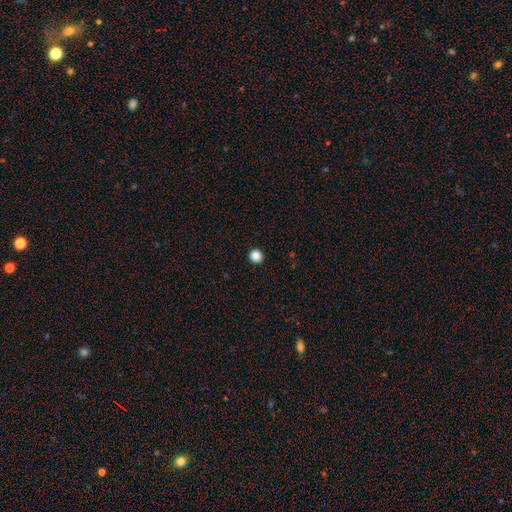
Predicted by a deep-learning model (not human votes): Smooth or featured: smooth — 86% (star or artifact — 11%)
How rounded: round — 93% (in between — 6%)
Merging: none — 93% (minor disturbance — 5%)